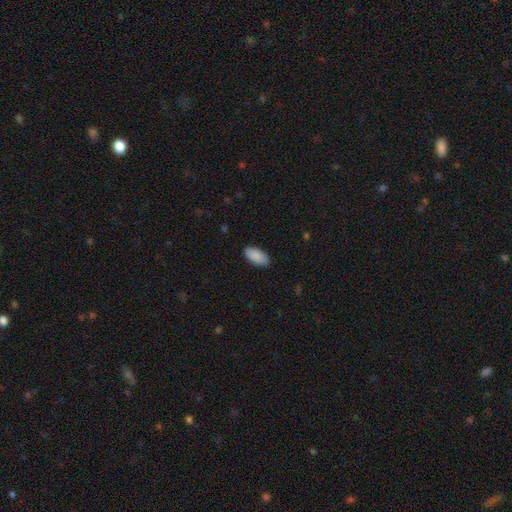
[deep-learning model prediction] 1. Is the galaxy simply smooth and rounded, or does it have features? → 89% smooth, 6% star or artifact, 5% featured or disk.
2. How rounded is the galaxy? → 94% in between, 4% cigar-shaped, 2% round.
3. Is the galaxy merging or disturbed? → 87% none, 10% minor disturbance, 2% major disturbance, 1% merger.